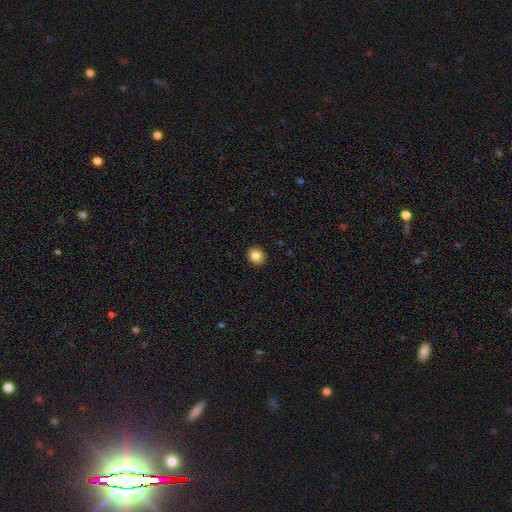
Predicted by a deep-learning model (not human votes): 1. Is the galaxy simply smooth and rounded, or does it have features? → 84% smooth, 10% star or artifact, 6% featured or disk.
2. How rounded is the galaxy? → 74% round, 25% in between, 1% cigar-shaped.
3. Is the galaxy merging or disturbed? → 92% none, 6% minor disturbance, 2% major disturbance, 1% merger.